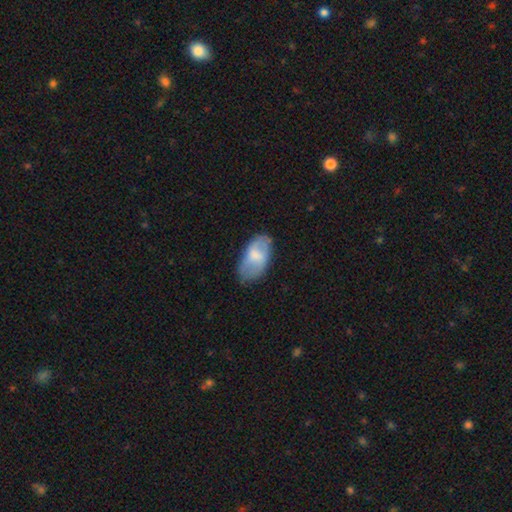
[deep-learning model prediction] This appears to be a smooth galaxy with no disk features (63%) that is in between round and cigar-shaped (94%). Merging: none (65%).